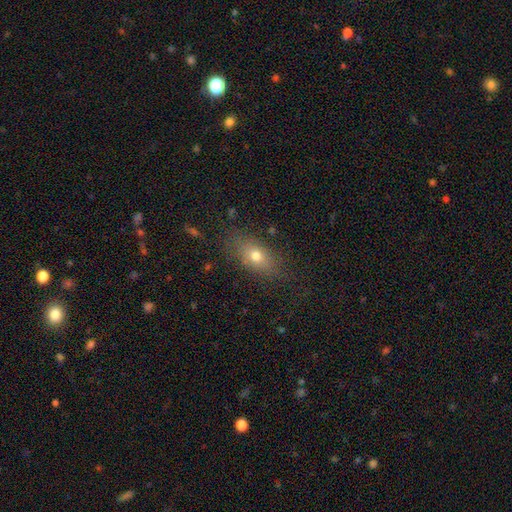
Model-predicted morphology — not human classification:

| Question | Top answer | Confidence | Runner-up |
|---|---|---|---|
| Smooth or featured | smooth | 70% | featured or disk (18%) |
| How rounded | in between | 74% | round (16%) |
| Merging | none | 78% | minor disturbance (15%) |